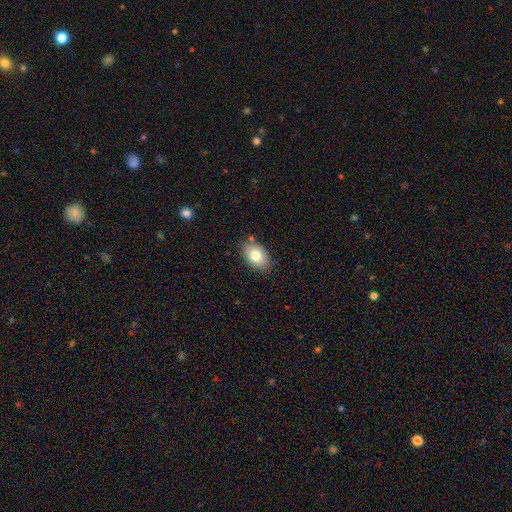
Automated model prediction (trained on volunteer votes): Smooth or featured?
  - smooth: 79% *
  - featured or disk: 13%
  - star or artifact: 8%
How rounded?
  - in between: 87% *
  - round: 11%
  - cigar-shaped: 1%
Merging?
  - none: 82% *
  - minor disturbance: 13%
  - major disturbance: 3%
  - merger: 2%